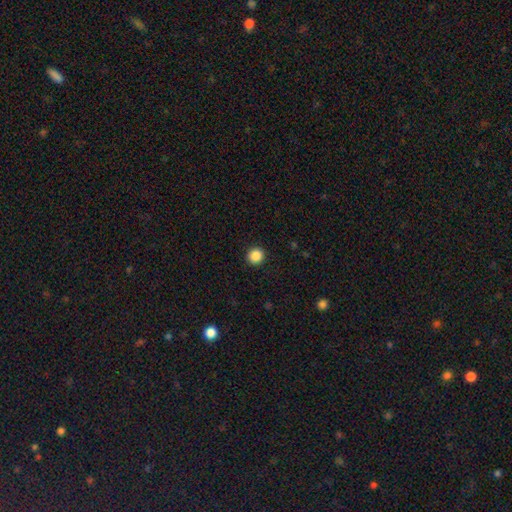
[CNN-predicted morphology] smooth-or-featured: smooth: 88% | star or artifact: 10% | featured or disk: 3%
  how-rounded: round: 93% | in between: 6% | cigar-shaped: 1%
  merging: none: 93% | minor disturbance: 5% | major disturbance: 2% | merger: 1%